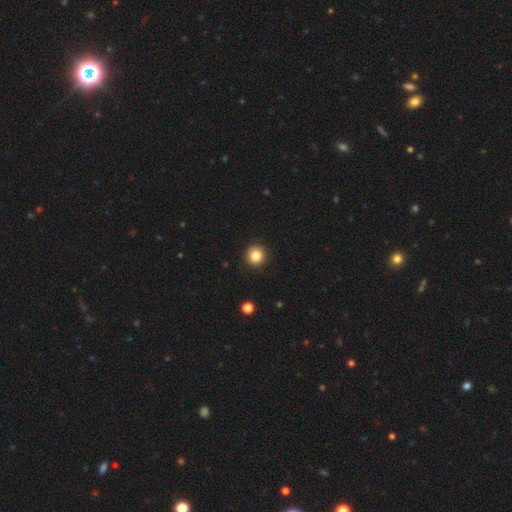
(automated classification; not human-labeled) smooth 85%, star or artifact 11%, featured or disk 5%. Down the decision tree: how rounded — round (94%); merging — none (92%).